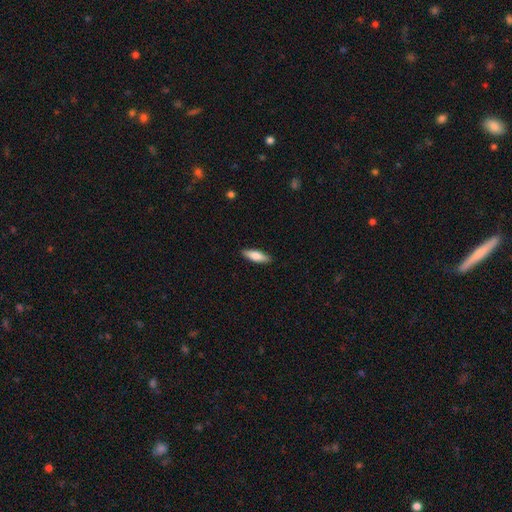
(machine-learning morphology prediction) type=smooth (76%); roundness=in between (50%); merging=none (89%).